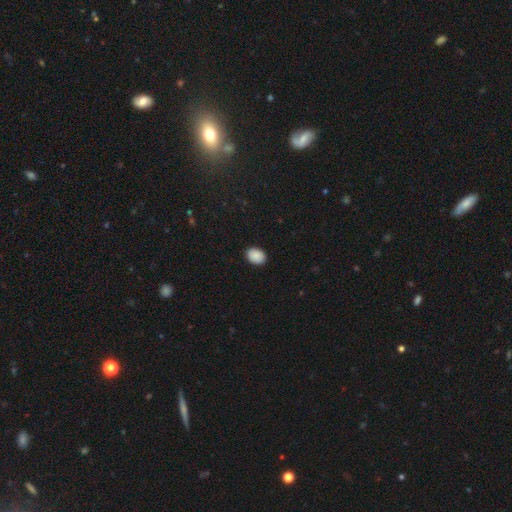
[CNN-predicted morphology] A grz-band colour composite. It shows a smooth galaxy with no disk features (90%) that is in between round and cigar-shaped (72%). Merging: none (90%).